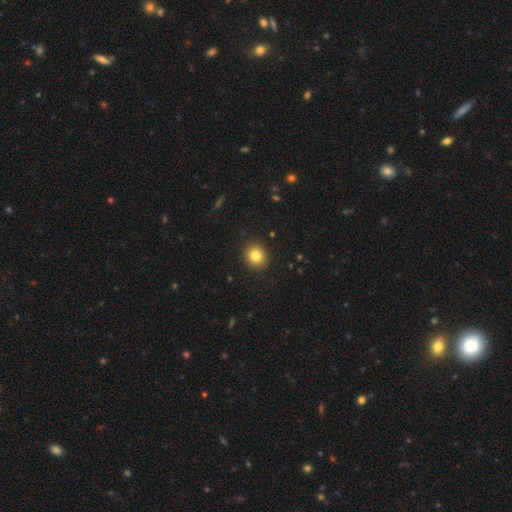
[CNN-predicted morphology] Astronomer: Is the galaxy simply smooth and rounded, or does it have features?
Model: smooth — 82%.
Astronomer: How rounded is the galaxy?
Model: round — 80%.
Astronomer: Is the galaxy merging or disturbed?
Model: none — 91%.